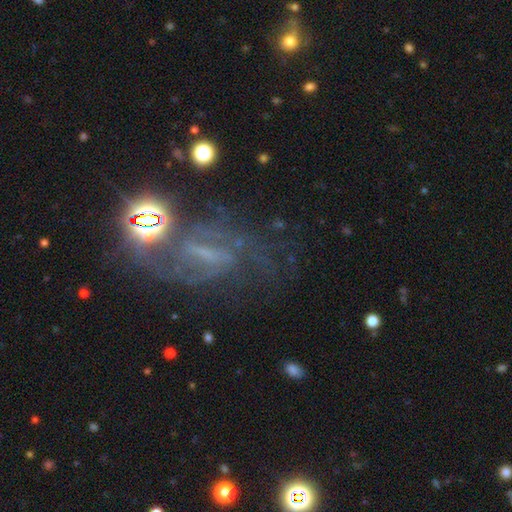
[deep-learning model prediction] featured or disk 65%, star or artifact 21%, smooth 14%. Down the decision tree: edge-on disk — no (92%); bar — weak (44%); spiral arms — yes (78%); bulge size — small (44%); merging — none (55%).